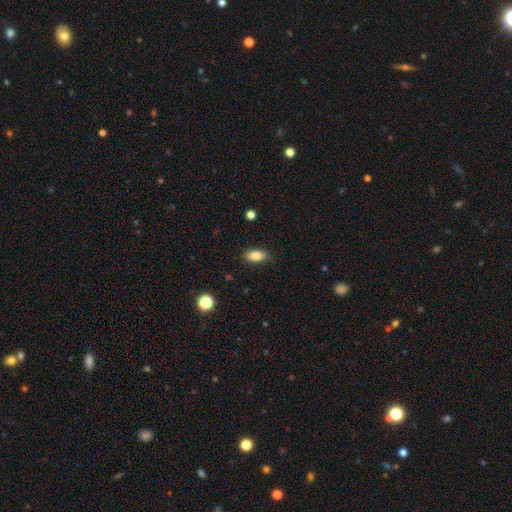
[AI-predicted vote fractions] smooth-or-featured: smooth: 84% | star or artifact: 8% | featured or disk: 8%
  how-rounded: in between: 88% | cigar-shaped: 7% | round: 5%
  merging: none: 85% | minor disturbance: 12% | major disturbance: 3% | merger: 1%